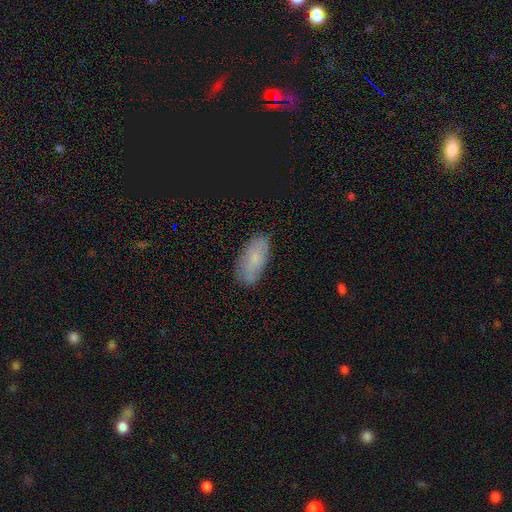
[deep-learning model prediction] This appears to be a smooth galaxy with no disk features (65%) that is in between round and cigar-shaped (90%). Merging: none (82%).